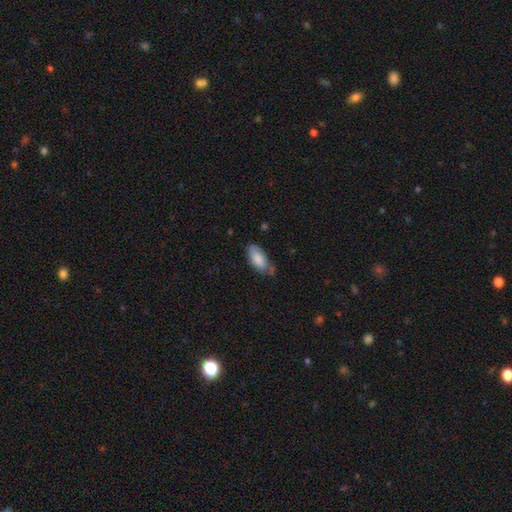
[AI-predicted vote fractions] Smooth or featured? smooth (77%)
How rounded? in between (88%)
Merging? none (62%)